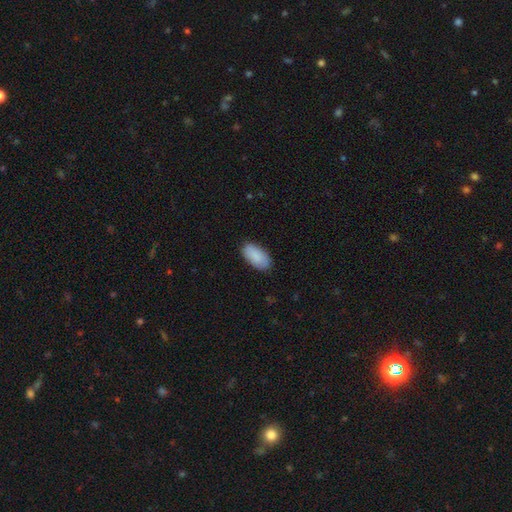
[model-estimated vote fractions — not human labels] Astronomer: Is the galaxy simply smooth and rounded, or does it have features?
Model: smooth — 88%.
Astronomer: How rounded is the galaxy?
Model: in between — 95%.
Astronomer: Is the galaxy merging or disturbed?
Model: none — 85%.